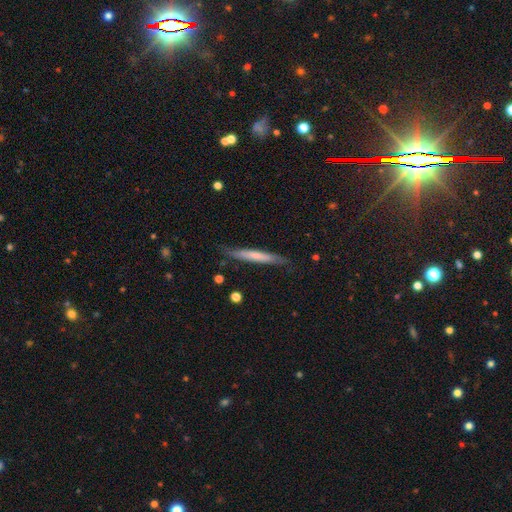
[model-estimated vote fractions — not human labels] Smooth or featured: smooth — 58% (featured or disk — 36%)
How rounded: cigar-shaped — 95% (in between — 4%)
Merging: none — 84% (minor disturbance — 13%)